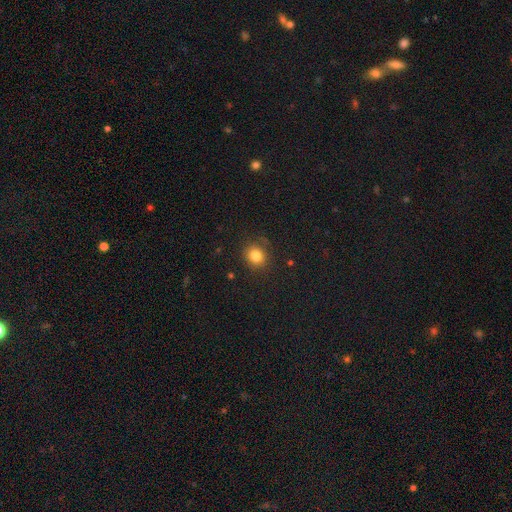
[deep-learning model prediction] A smooth galaxy with no disk features (82%) that is round (78%). Merging: none (83%).